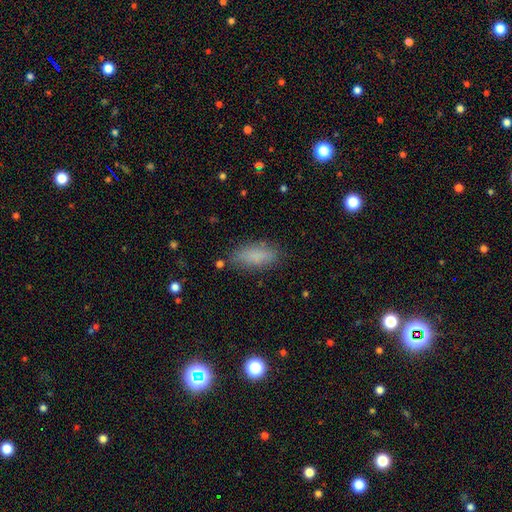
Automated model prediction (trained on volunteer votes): Smooth or featured? Predicted: smooth (p=0.83). How rounded? Predicted: in between (p=0.78). Merging? Predicted: none (p=0.80).